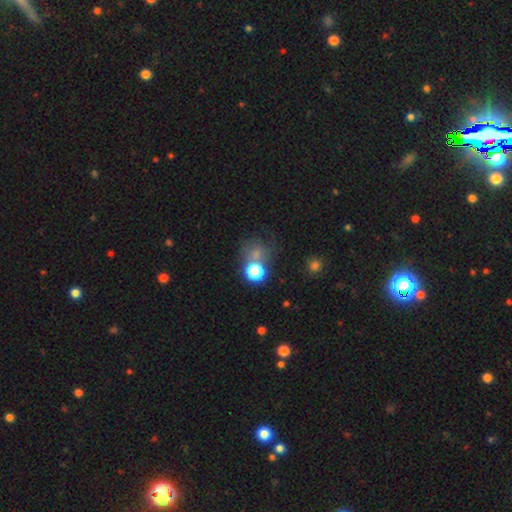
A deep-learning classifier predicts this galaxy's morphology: type=smooth (71%); roundness=round (75%); merging=none (42%).